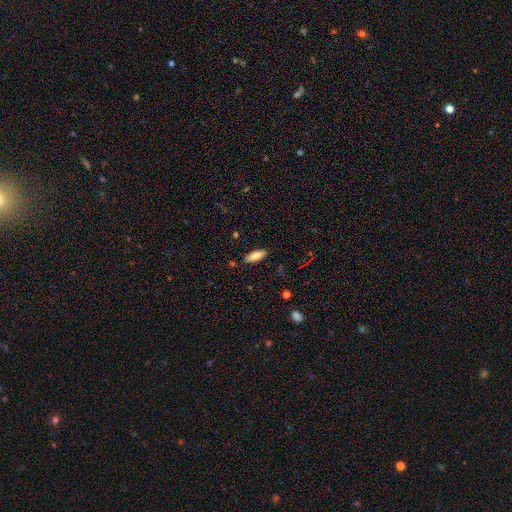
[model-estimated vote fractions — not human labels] smooth-or-featured: smooth: 81% | featured or disk: 12% | star or artifact: 7%
  how-rounded: in between: 57% | cigar-shaped: 41% | round: 2%
  merging: none: 87% | minor disturbance: 10% | major disturbance: 2% | merger: 2%